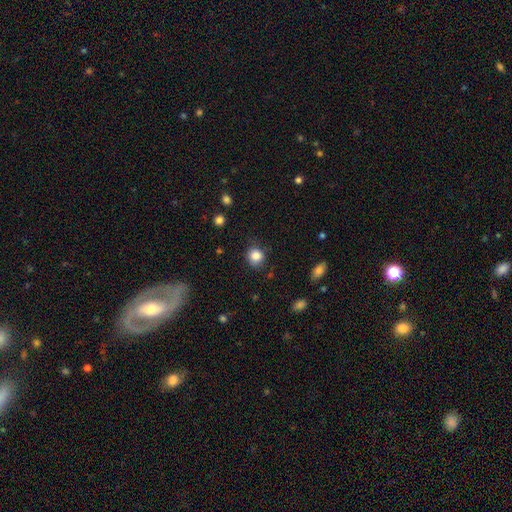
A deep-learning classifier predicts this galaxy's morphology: smooth_or_featured: smooth (p=0.85) [alt: star or artifact p=0.10]
how_rounded: round (p=0.82) [alt: in between p=0.17]
merging: none (p=0.80) [alt: minor disturbance p=0.14]